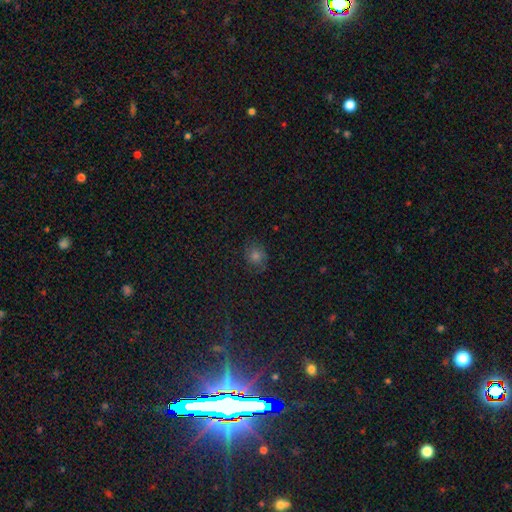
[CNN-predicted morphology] Q: Smooth or featured?
A: smooth (55%); runner-up: star or artifact (29%)
Q: How rounded?
A: round (72%); runner-up: in between (27%)
Q: Merging?
A: none (81%); runner-up: minor disturbance (14%)